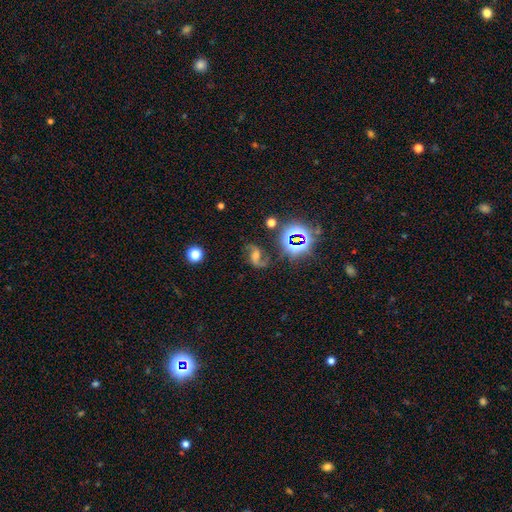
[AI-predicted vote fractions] This appears to be a featured or disk galaxy (74%) with a weak bar (40%), 2 (92%) loose (57%) spiral arms (96%) and a moderate central bulge (52%). Merging: none (74%).